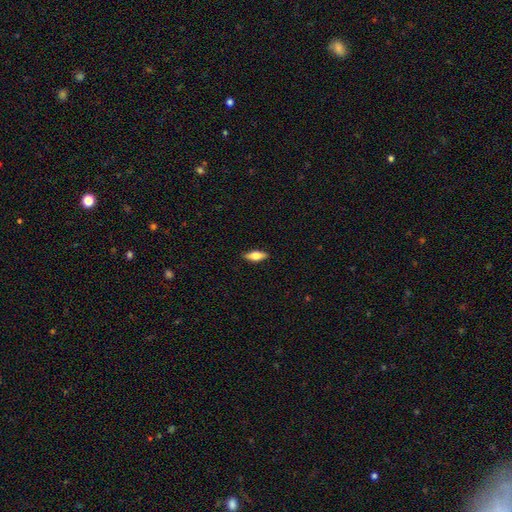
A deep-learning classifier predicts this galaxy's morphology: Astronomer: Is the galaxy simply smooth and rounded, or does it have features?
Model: smooth — 58% (runner-up: featured or disk, 35%).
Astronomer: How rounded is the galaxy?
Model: in between — 66%.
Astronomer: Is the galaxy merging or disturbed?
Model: none — 88%.